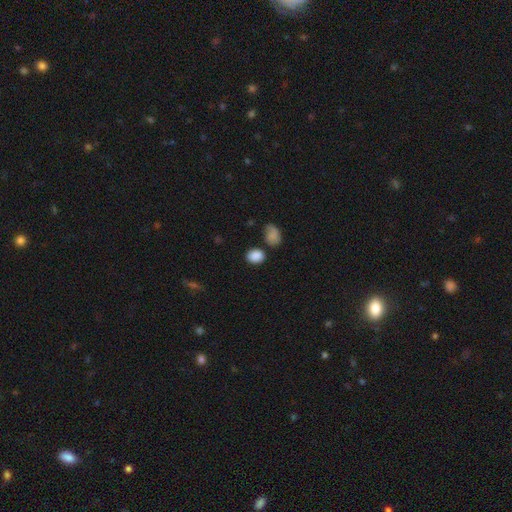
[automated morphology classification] This appears to be a smooth galaxy with no disk features (86%) that is in between round and cigar-shaped (64%). Merging: none (73%).